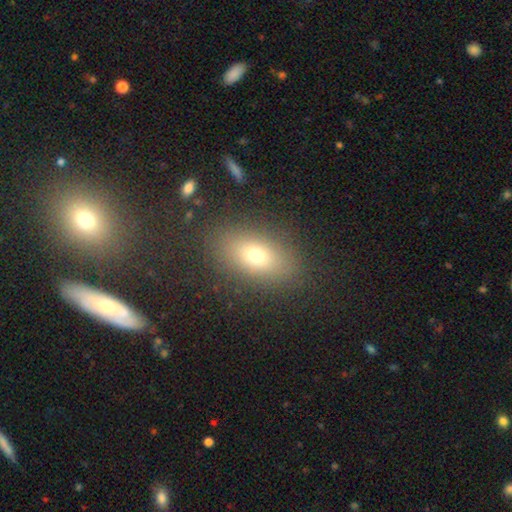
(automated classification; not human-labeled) Smooth or featured? smooth (68%)
How rounded? in between (81%)
Merging? none (85%)